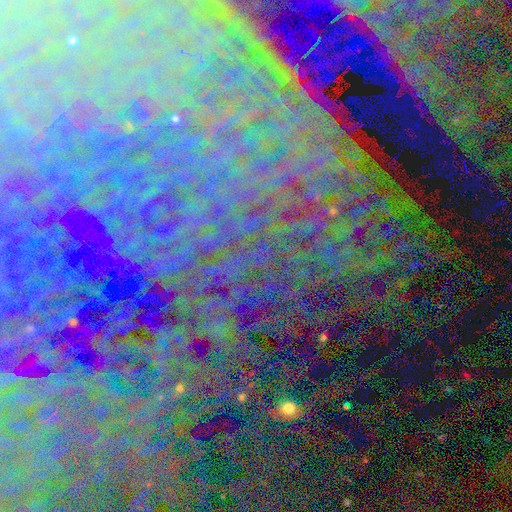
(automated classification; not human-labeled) Smooth or featured? star or artifact (84%)